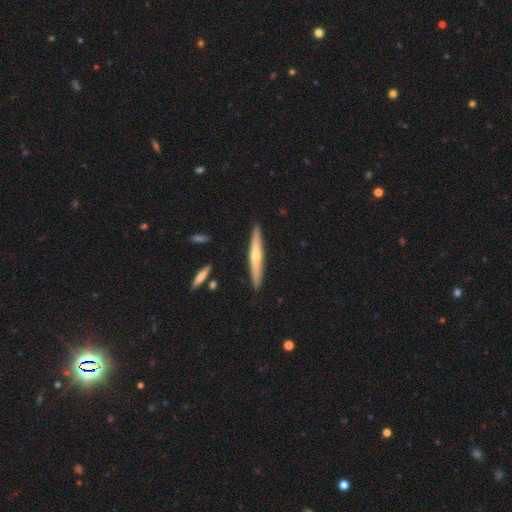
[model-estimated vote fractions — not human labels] A featured or disk galaxy (57%) viewed edge-on (94%) with a rounded central bulge (82%). Merging: none (90%).